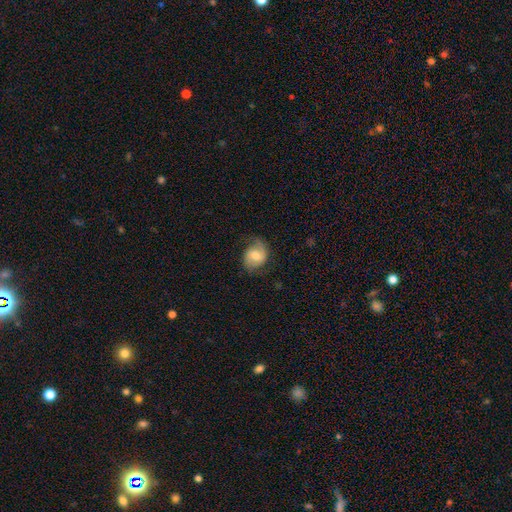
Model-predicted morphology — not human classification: Smooth or featured? Predicted: featured or disk (p=0.56). Edge-on disk? Predicted: no (p=0.97). Bar? Predicted: weak (p=0.45). Spiral arms? Predicted: yes (p=0.89). Bulge size? Predicted: moderate (p=0.59). Merging? Predicted: none (p=0.67).